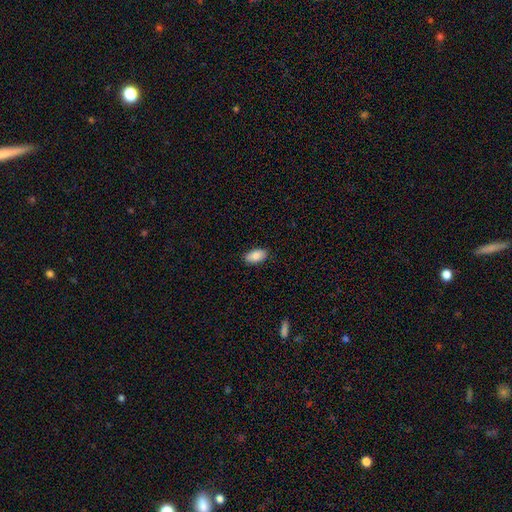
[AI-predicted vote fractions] The model was most divided on "merging": none: 87%, minor disturbance: 10%, major disturbance: 2%, merger: 1%. More confident: how rounded — in between (94%); smooth or featured — smooth (87%).